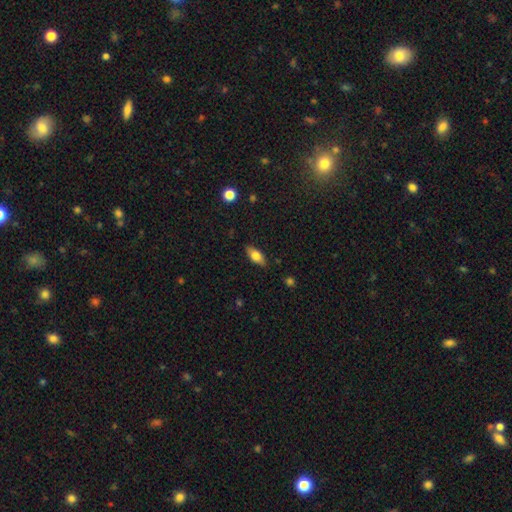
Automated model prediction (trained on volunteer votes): This is likely a smooth galaxy (73%). How rounded: clearly in between (83%). Merging: clearly none (86%).